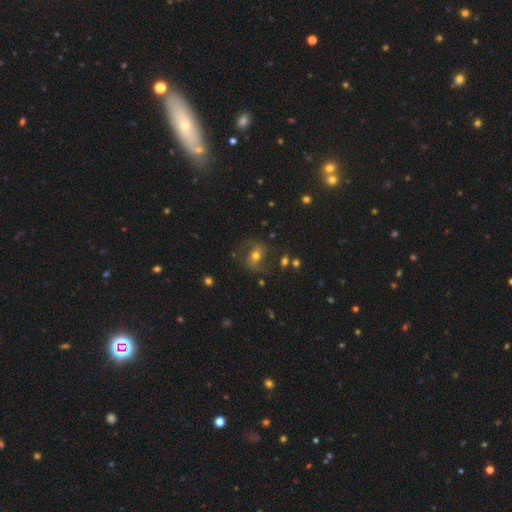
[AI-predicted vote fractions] Morphology: type=featured or disk (58%); edge-on=no (95%); bar=no (40%); spiral arms=yes (84%); bulge=moderate (68%); merging=none (72%).